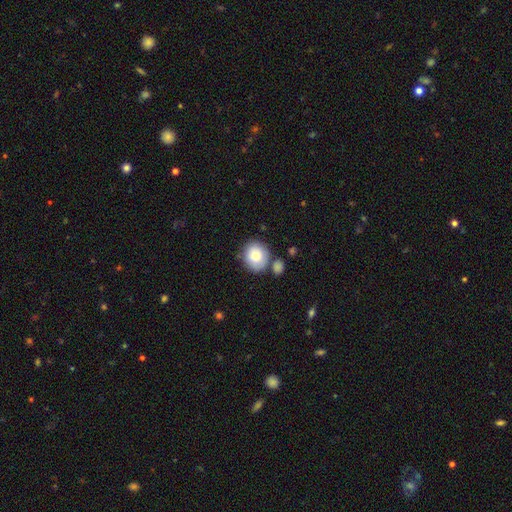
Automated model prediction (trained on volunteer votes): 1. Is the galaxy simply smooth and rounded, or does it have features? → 80% smooth, 12% featured or disk, 8% star or artifact.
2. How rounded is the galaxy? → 80% round, 19% in between, 1% cigar-shaped.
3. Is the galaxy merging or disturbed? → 68% none, 15% merger, 13% minor disturbance, 4% major disturbance.